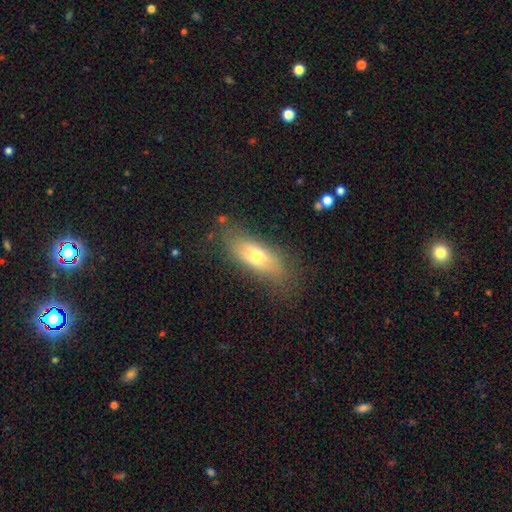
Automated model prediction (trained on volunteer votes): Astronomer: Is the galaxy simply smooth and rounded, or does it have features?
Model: smooth — 61%.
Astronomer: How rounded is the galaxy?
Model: in between — 64%.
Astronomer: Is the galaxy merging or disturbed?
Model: none — 74%.